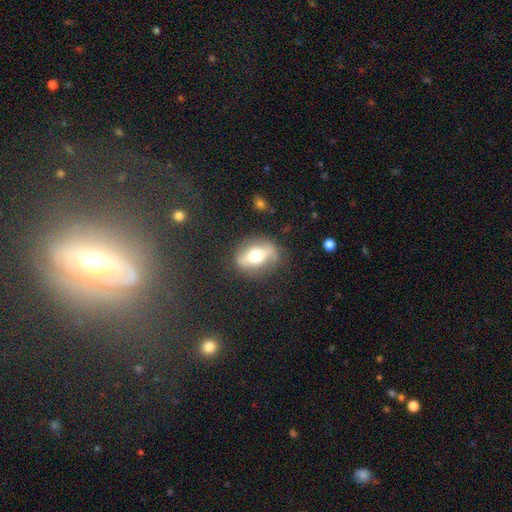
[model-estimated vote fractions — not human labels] smooth_or_featured: featured or disk (p=0.58) [alt: smooth p=0.34]
disk_edge_on: no (p=0.67) [alt: yes p=0.33]
merging: none (p=0.78) [alt: minor disturbance p=0.14]